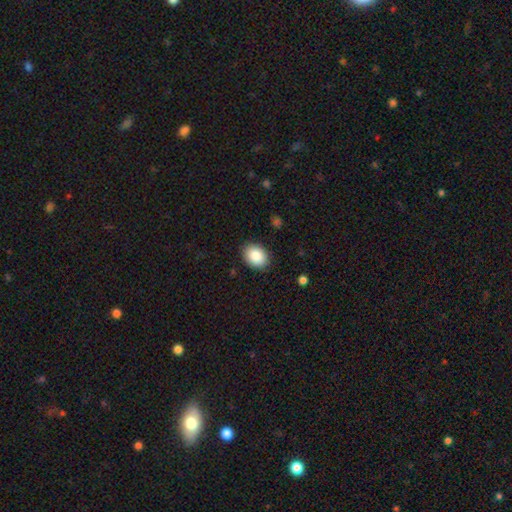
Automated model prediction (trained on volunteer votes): This is clearly a smooth galaxy (88%). How rounded: likely in between (66%). Merging: clearly none (88%).